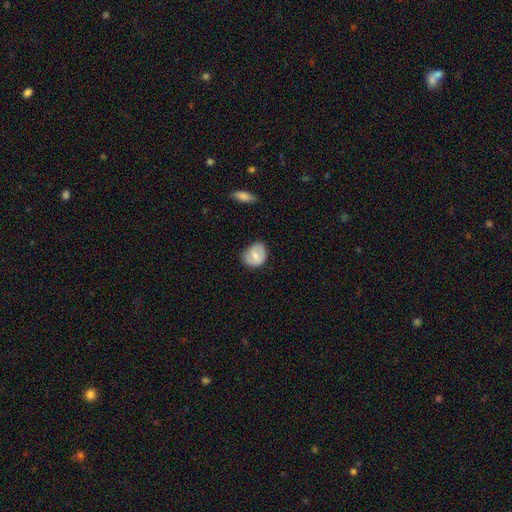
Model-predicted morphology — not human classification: smooth_or_featured: smooth (p=0.64) [alt: featured or disk p=0.30]
how_rounded: round (p=0.60) [alt: in between p=0.39]
merging: none (p=0.65) [alt: minor disturbance p=0.28]